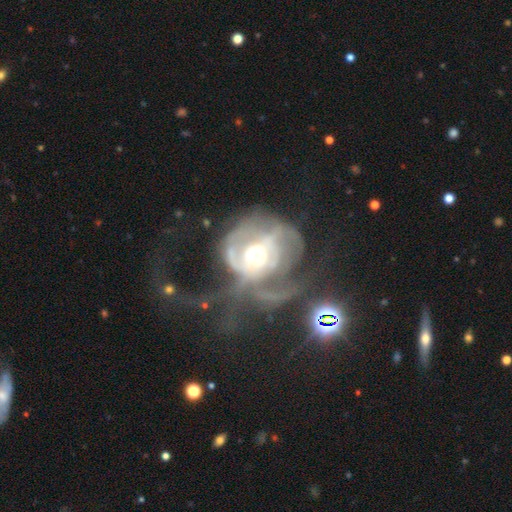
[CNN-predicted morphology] Smooth or featured?
  - featured or disk: 75% *
  - smooth: 15%
  - star or artifact: 10%
Edge-on disk?
  - no: 96% *
  - yes: 4%
Bar?
  - no: 66% *
  - weak: 25%
  - strong: 9%
Spiral arms?
  - yes: 59% *
  - no: 41%
Bulge size?
  - moderate: 67% *
  - large: 18%
  - small: 11%
  - dominant: 2%
  - none: 1%
Merging?
  - major disturbance: 59% *
  - none: 17%
  - merger: 13%
  - minor disturbance: 12%